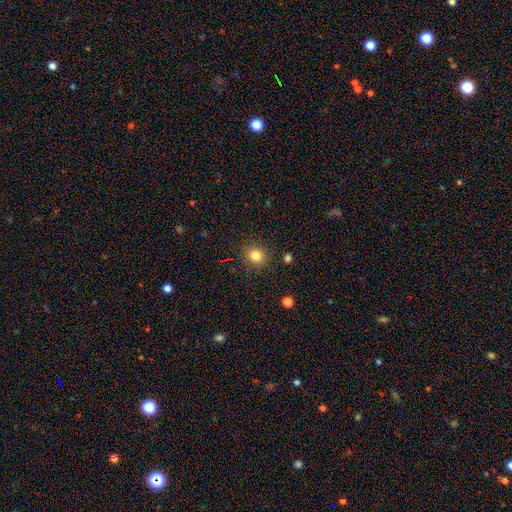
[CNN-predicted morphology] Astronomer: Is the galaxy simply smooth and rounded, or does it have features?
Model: smooth — 81%.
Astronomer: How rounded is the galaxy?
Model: round — 80%.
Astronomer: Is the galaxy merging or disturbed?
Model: none — 88%.